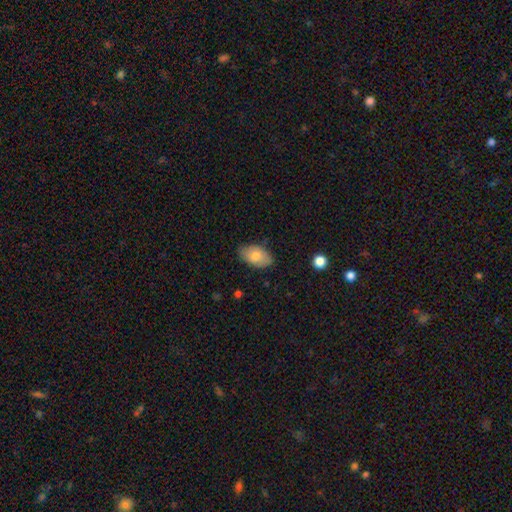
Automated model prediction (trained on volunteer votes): Smooth or featured: smooth — 80% (featured or disk — 14%)
How rounded: in between — 93% (round — 6%)
Merging: none — 80% (minor disturbance — 16%)